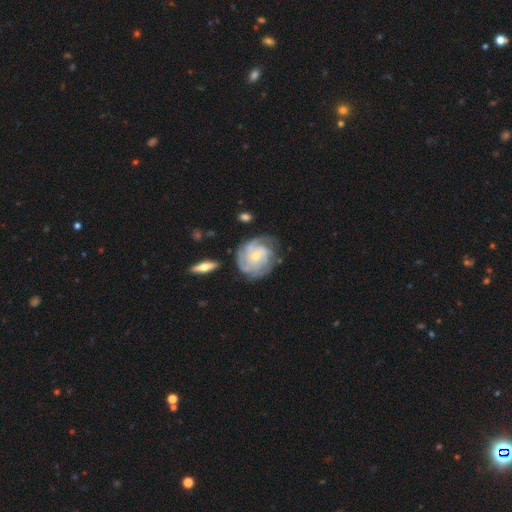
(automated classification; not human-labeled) This appears to be a featured or disk galaxy (79%) with no bar (71%), tight (62%) spiral arms (93%) and a small central bulge (68%). Merging: none (68%).